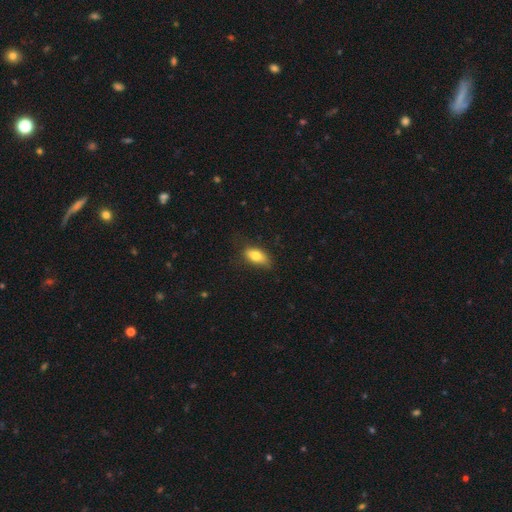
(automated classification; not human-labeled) Smooth or featured: smooth — 77% (featured or disk — 15%)
How rounded: in between — 86% (cigar-shaped — 10%)
Merging: none — 68% (minor disturbance — 25%)